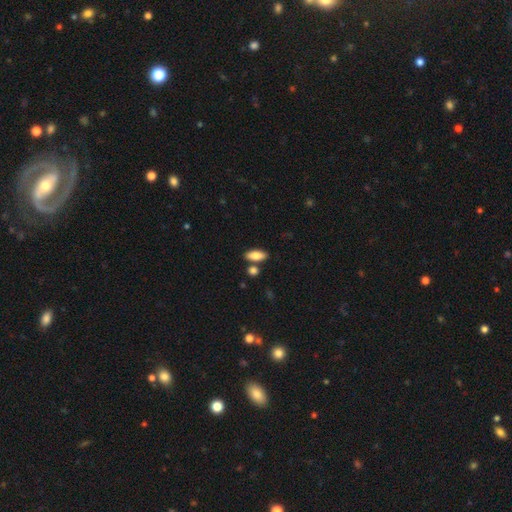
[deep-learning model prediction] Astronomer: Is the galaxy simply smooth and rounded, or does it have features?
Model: smooth — 82%.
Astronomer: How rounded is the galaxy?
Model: in between — 84%.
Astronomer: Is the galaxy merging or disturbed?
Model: none — 77%.